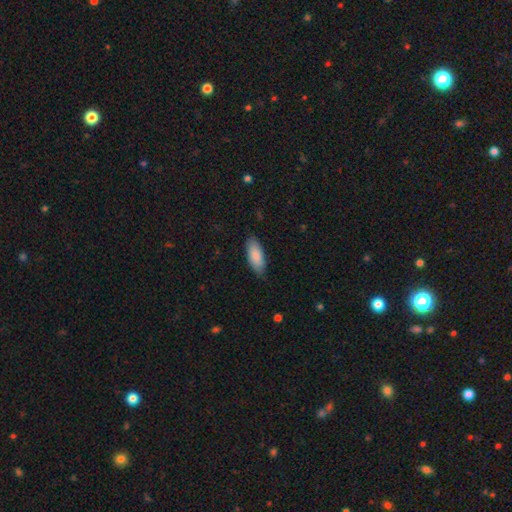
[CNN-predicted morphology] Overall: smooth (87%). How rounded: in between (82%). Merging: none (81%).